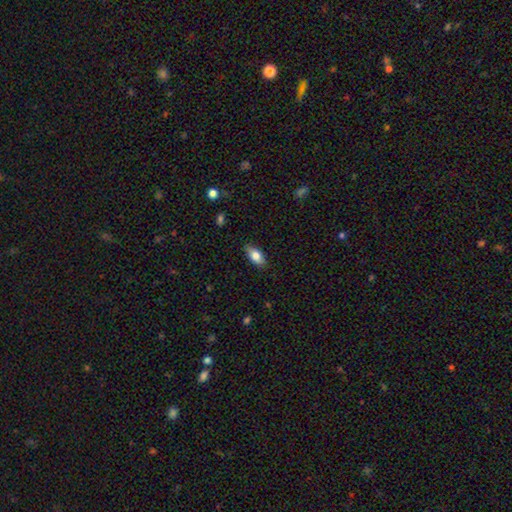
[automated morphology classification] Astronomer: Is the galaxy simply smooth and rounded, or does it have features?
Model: smooth — 79%.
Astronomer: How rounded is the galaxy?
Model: in between — 87%.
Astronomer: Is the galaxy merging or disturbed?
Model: none — 86%.